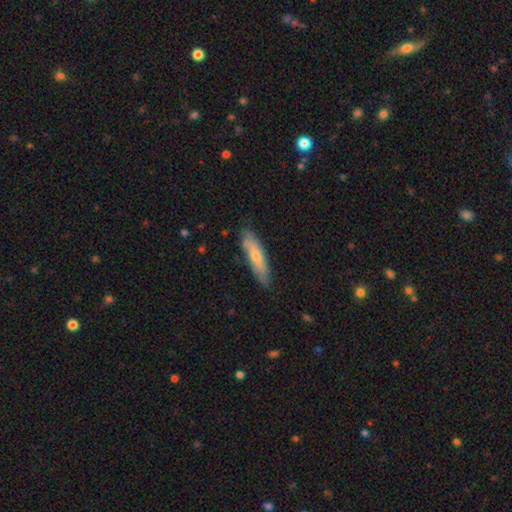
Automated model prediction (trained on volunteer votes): Morphology: type=smooth (63%); roundness=cigar-shaped (75%); merging=none (80%).